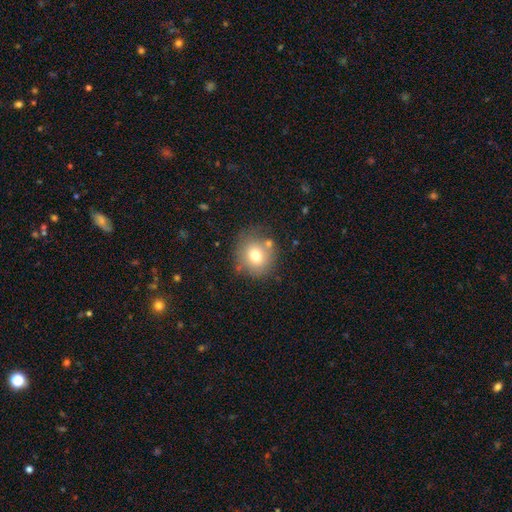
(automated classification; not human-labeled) Smooth or featured? Predicted: smooth (p=0.73). How rounded? Predicted: round (p=0.81). Merging? Predicted: none (p=0.71).